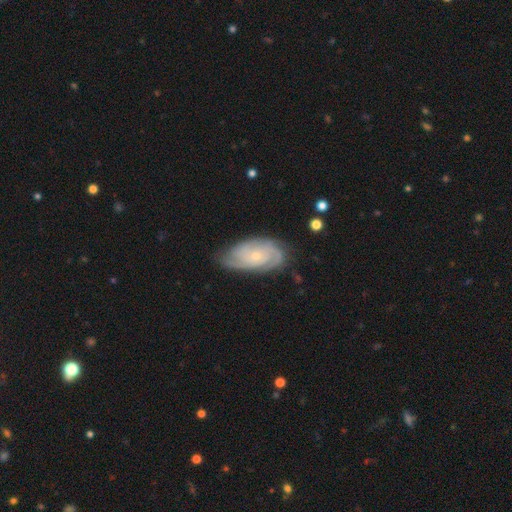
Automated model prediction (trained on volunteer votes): smooth-or-featured: featured or disk: 80% | smooth: 14% | star or artifact: 6%
  disk-edge-on: no: 95% | yes: 5%
    bar: no: 76% | weak: 20% | strong: 3%
    has-spiral-arms: yes: 95% | no: 5%
      spiral-winding: tight: 64% | medium: 29% | loose: 7%
      spiral-arm-count: 3: 28% | 2: 27% | can't tell: 26% | 4: 10% | 1: 5% | more than 4: 4%
    bulge-size: small: 73% | moderate: 23% | none: 2% | large: 1% | dominant: 1%
  merging: none: 71% | minor disturbance: 22% | major disturbance: 5% | merger: 1%